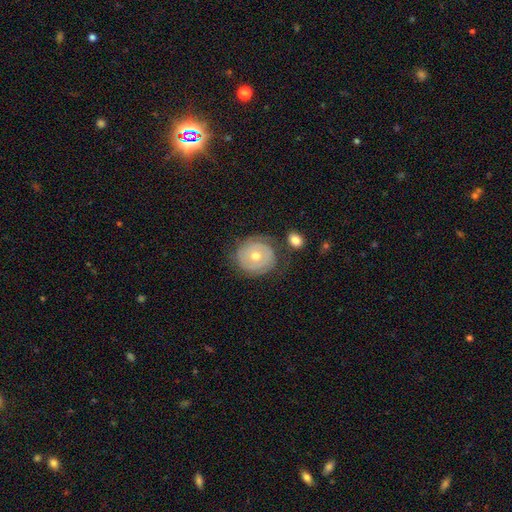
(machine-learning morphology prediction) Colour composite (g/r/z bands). It shows a featured or disk galaxy (66%) with no bar (84%), spiral arms (72%) and a moderate central bulge (62%). Merging: none (75%).